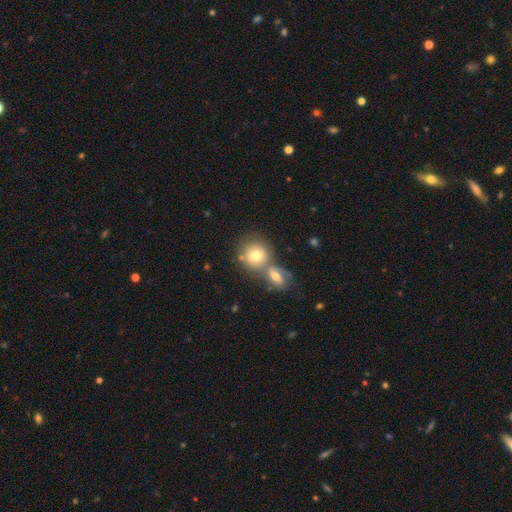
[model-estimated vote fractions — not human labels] A smooth galaxy with no disk features (70%) that is round (82%). Merging: merger (46%).